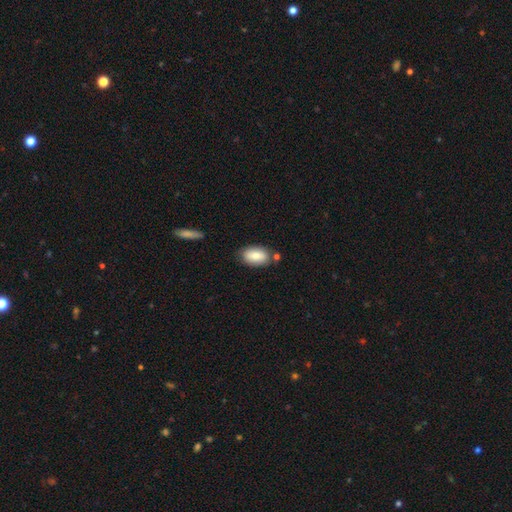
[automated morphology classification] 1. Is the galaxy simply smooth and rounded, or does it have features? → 79% smooth, 14% featured or disk, 7% star or artifact.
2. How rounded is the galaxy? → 93% in between, 5% round, 2% cigar-shaped.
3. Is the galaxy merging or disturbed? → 76% none, 14% minor disturbance, 7% merger, 3% major disturbance.